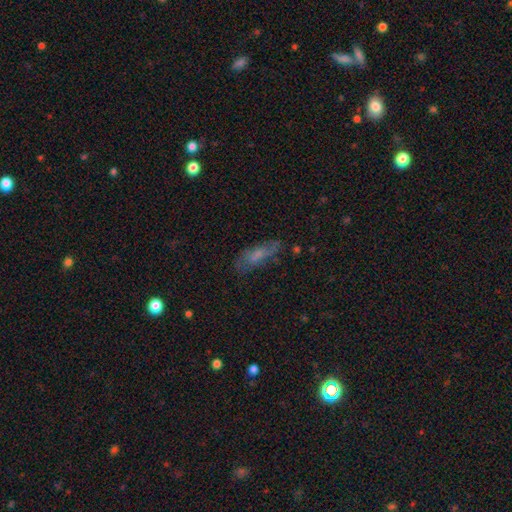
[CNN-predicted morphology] type=smooth (49%); merging=none (64%).